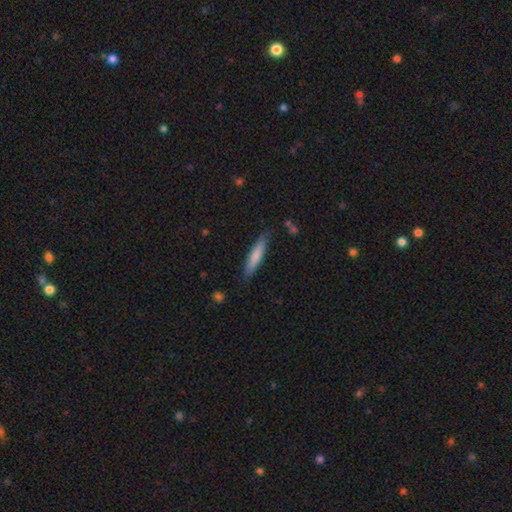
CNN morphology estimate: Smooth or featured? Predicted: smooth (p=0.76). How rounded? Predicted: cigar-shaped (p=0.86). Merging? Predicted: none (p=0.83).